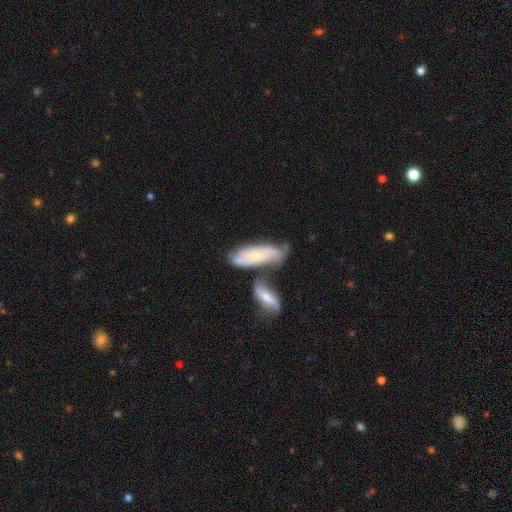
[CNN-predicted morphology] type=featured or disk (57%); edge-on=no (82%); merging=none (40%).